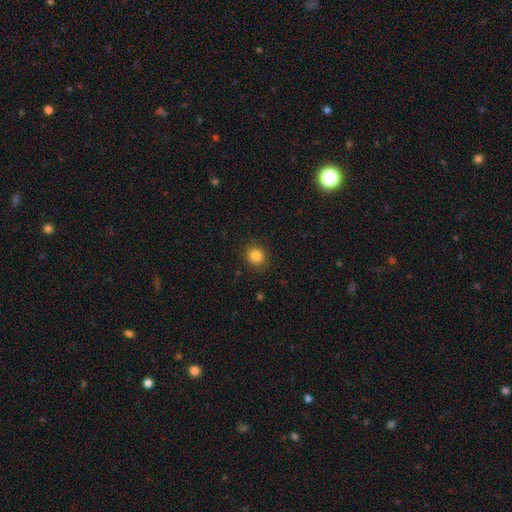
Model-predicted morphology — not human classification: The model was most divided on "how rounded": round: 83%, in between: 16%, cigar-shaped: 1%. More confident: merging — none (88%); smooth or featured — smooth (85%).